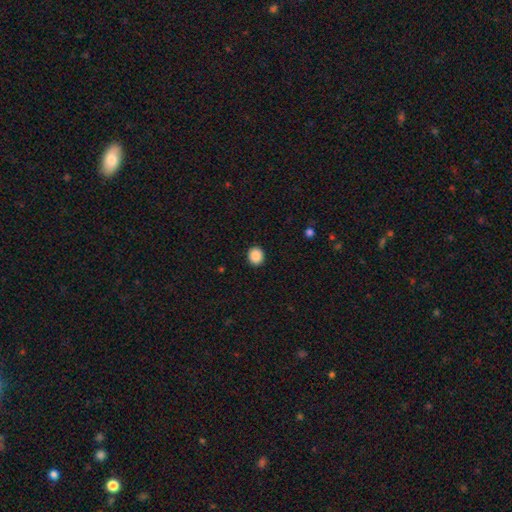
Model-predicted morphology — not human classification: This appears to be a smooth galaxy with no disk features (89%) that is round (77%). Merging: none (91%).